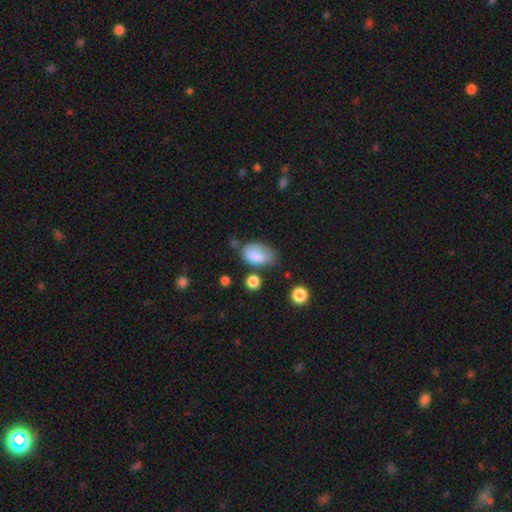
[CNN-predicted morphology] smooth-or-featured: smooth: 79% | featured or disk: 13% | star or artifact: 8%
  how-rounded: in between: 92% | round: 6% | cigar-shaped: 2%
  merging: none: 45% | minor disturbance: 35% | major disturbance: 12% | merger: 8%